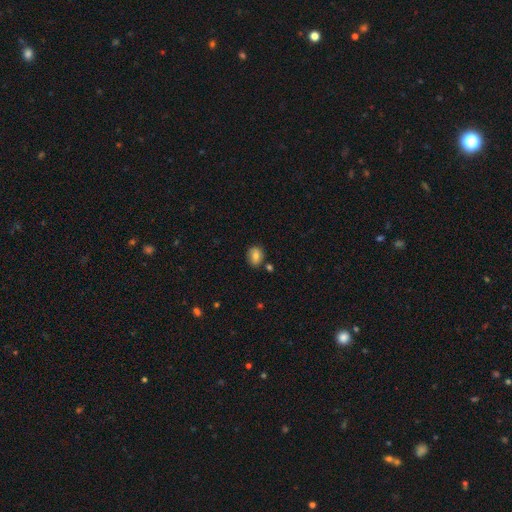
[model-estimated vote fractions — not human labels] Morphology: type=smooth (73%); roundness=round (54%); merging=none (79%).